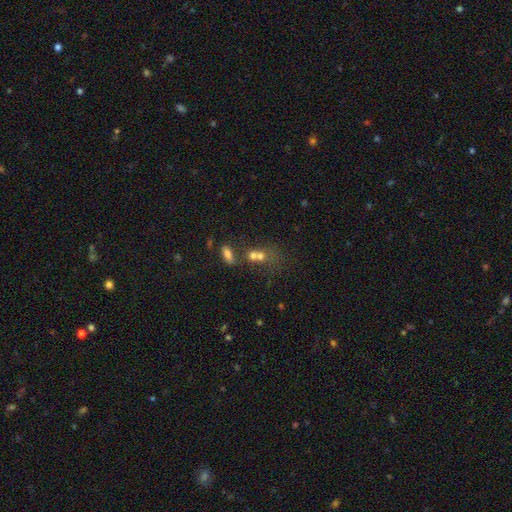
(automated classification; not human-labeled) smooth_or_featured: smooth (p=0.55) [alt: star or artifact p=0.24]
how_rounded: in between (p=0.54) [alt: round p=0.36]
merging: merger (p=0.47) [alt: none p=0.34]